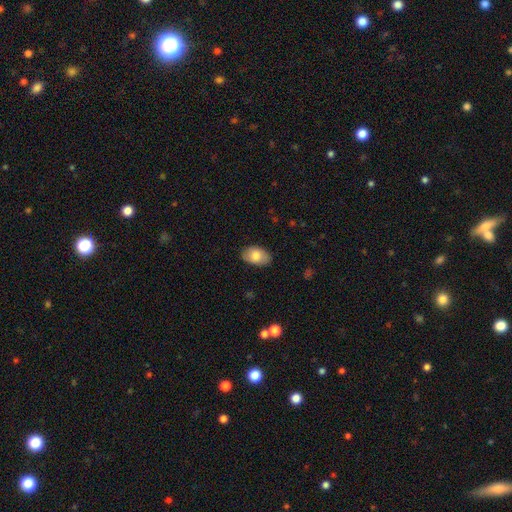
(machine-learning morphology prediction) Smooth or featured? smooth (80%)
How rounded? in between (91%)
Merging? none (83%)